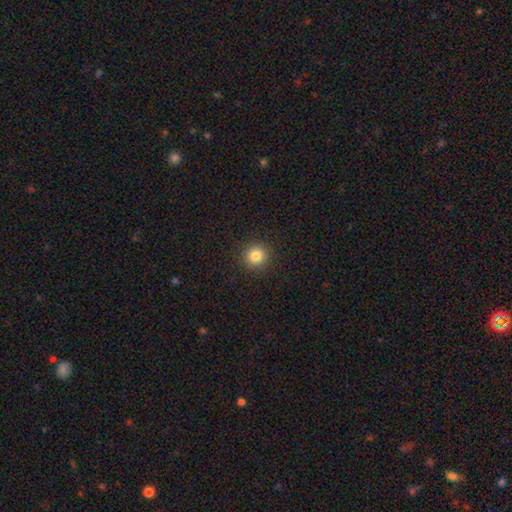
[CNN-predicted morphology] Overall: smooth (83%). How rounded: round (93%). Merging: none (92%).